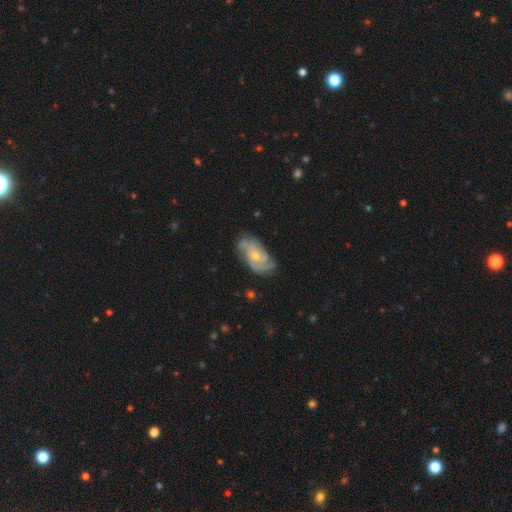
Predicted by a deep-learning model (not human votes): Q: Smooth or featured?
A: featured or disk (79%); runner-up: smooth (16%)
Q: Edge-on disk?
A: no (96%); runner-up: yes (4%)
Q: Bar?
A: no (69%); runner-up: weak (26%)
Q: Spiral arms?
A: yes (94%); runner-up: no (6%)
Q: Spiral winding?
A: tight (43%); runner-up: medium (42%)
Q: Spiral arm count?
A: 2 (38%); runner-up: 3 (27%)
Q: Bulge size?
A: small (52%); runner-up: moderate (44%)
Q: Merging?
A: none (68%); runner-up: minor disturbance (23%)